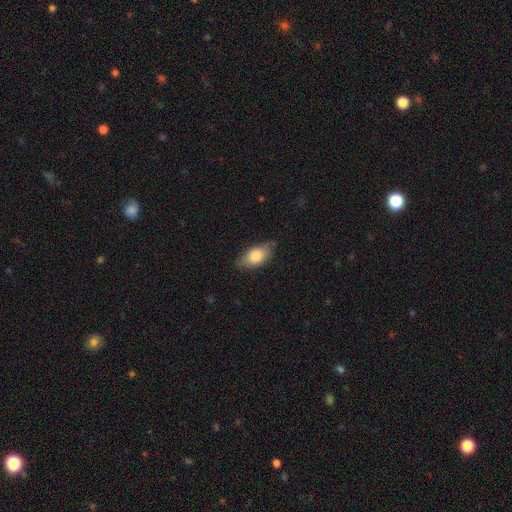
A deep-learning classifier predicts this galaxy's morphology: This is likely a smooth galaxy (79%). How rounded: clearly in between (89%). Merging: likely none (72%).